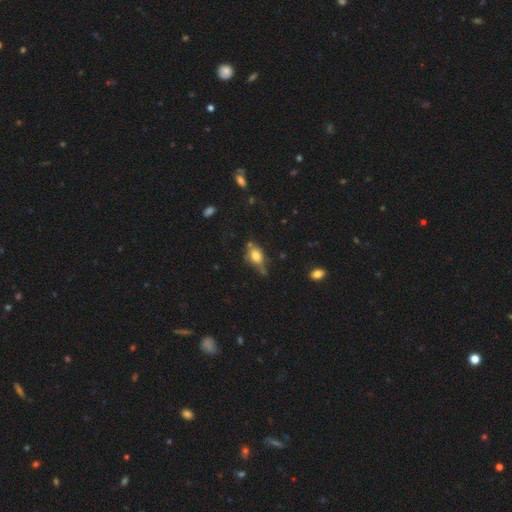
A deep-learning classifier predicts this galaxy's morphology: smooth 67%, featured or disk 22%, star or artifact 11%. Down the decision tree: how rounded — in between (71%); merging — none (48%).